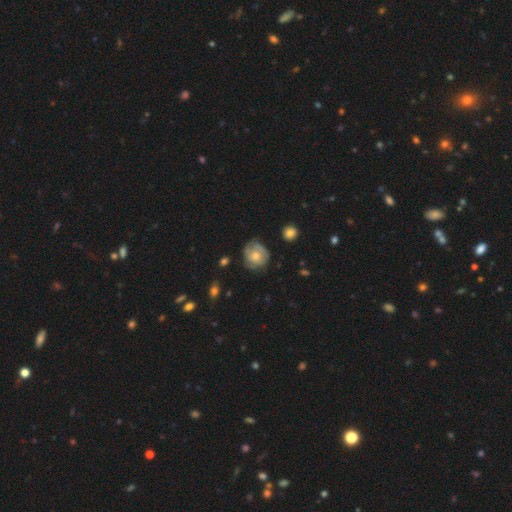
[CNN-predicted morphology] The model was most divided on "smooth or featured": featured or disk: 57%, smooth: 36%, star or artifact: 7%. More confident: edge-on disk — no (97%); bar — no (80%); spiral arms — yes (77%); merging — none (67%); bulge size — moderate (65%).